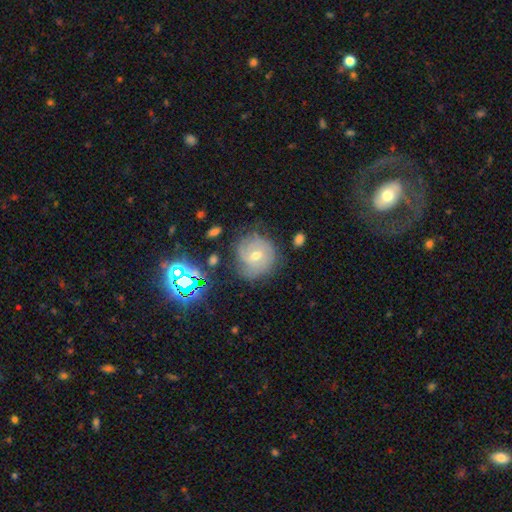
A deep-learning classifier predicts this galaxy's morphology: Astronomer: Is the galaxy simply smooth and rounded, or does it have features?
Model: featured or disk — 65%.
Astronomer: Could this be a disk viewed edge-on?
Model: no — 97%.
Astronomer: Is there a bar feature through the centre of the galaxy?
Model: no — 55% (runner-up: weak, 36%).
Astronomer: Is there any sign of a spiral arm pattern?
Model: yes — 88%.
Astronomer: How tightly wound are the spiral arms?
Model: tight — 64%.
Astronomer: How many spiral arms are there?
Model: can't tell — 39% (runner-up: 3, 24%).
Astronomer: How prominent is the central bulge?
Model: moderate — 56% (runner-up: small, 40%).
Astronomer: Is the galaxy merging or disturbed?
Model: none — 69%.